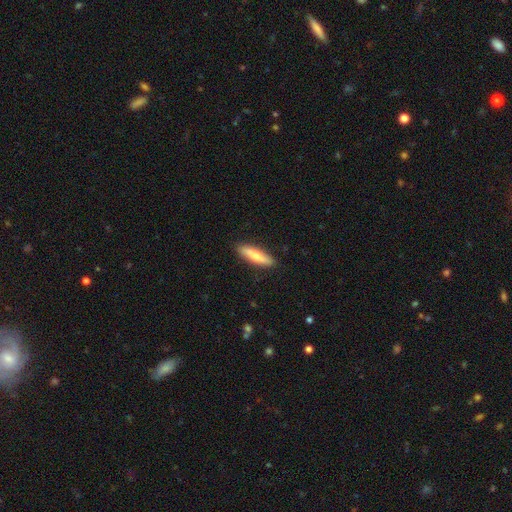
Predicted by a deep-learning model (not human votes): Smooth or featured?
  - smooth: 71% *
  - featured or disk: 24%
  - star or artifact: 5%
How rounded?
  - cigar-shaped: 76% *
  - in between: 23%
  - round: 2%
Merging?
  - none: 88% *
  - minor disturbance: 9%
  - major disturbance: 2%
  - merger: 1%